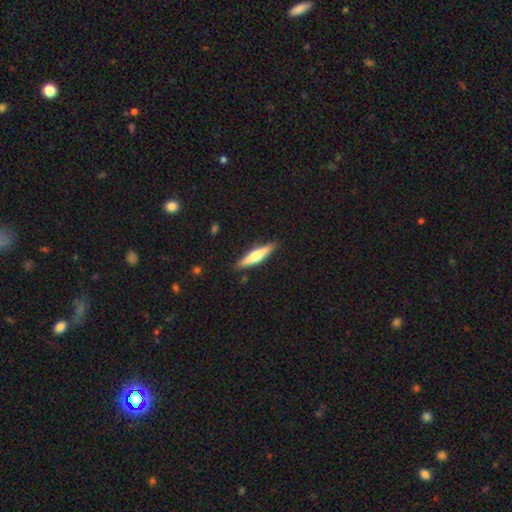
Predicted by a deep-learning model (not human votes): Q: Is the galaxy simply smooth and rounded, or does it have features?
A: smooth — 51%.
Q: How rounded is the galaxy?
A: cigar-shaped — 81%.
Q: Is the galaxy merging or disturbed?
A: none — 88%.